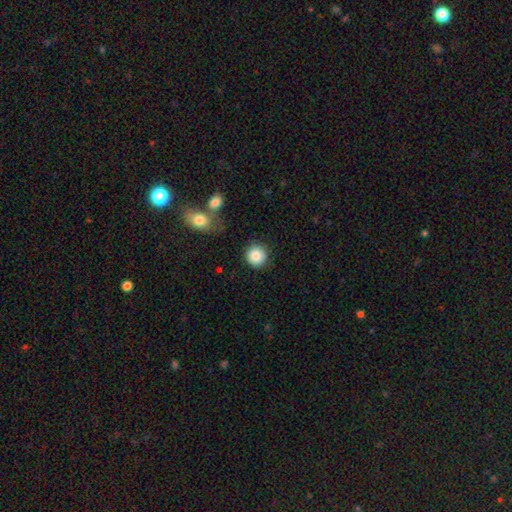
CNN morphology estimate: Smooth or featured?
  - smooth: 86% *
  - star or artifact: 8%
  - featured or disk: 6%
How rounded?
  - round: 93% *
  - in between: 6%
  - cigar-shaped: 1%
Merging?
  - none: 85% *
  - minor disturbance: 8%
  - merger: 3%
  - major disturbance: 3%